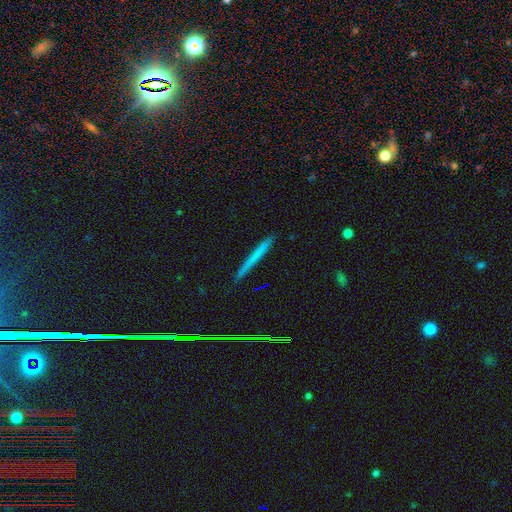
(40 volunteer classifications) This is possibly a smooth galaxy (57%). How rounded: clearly cigar-shaped (96%). Merging: clearly none (81%).